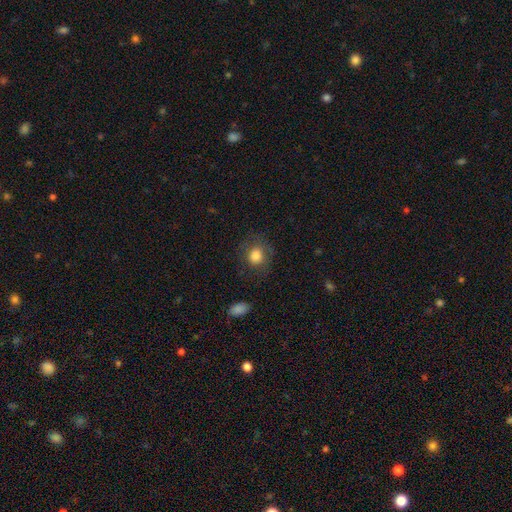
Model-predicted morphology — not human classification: smooth_or_featured: smooth (p=0.79) [alt: featured or disk p=0.12]
how_rounded: round (p=0.76) [alt: in between p=0.23]
merging: none (p=0.71) [alt: minor disturbance p=0.17]